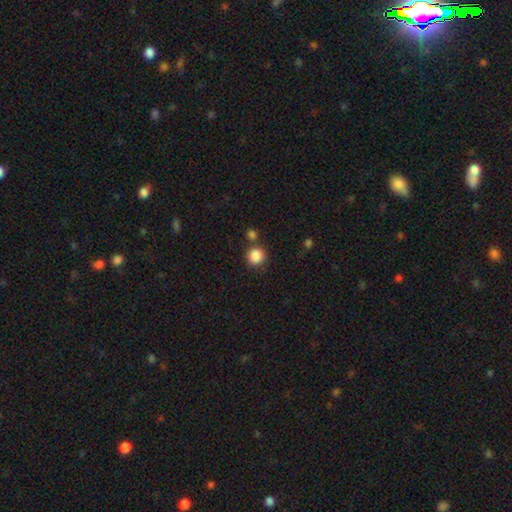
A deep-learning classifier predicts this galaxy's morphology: smooth 87%, star or artifact 10%, featured or disk 3%. Down the decision tree: how rounded — round (92%); merging — none (76%).